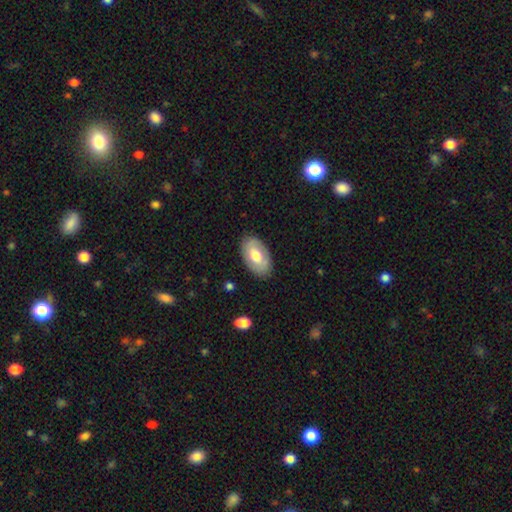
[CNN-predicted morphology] smooth-or-featured: smooth: 63% | featured or disk: 31% | star or artifact: 6%
  how-rounded: in between: 93% | round: 5% | cigar-shaped: 1%
  merging: none: 84% | minor disturbance: 12% | major disturbance: 3% | merger: 1%